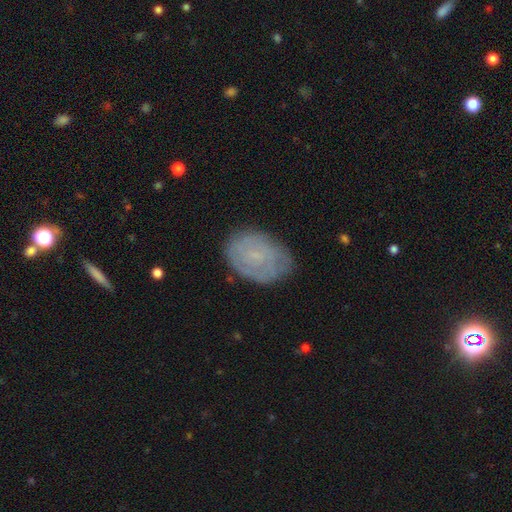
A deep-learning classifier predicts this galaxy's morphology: Q: Smooth or featured?
A: featured or disk (47%); runner-up: smooth (44%)
Q: Merging?
A: none (73%); runner-up: minor disturbance (20%)